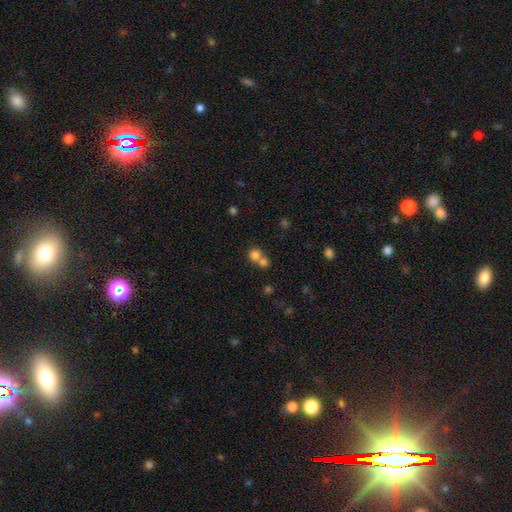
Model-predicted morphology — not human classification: Overall: smooth (77%). How rounded: round (87%). Merging: merger (51%; none 41%).